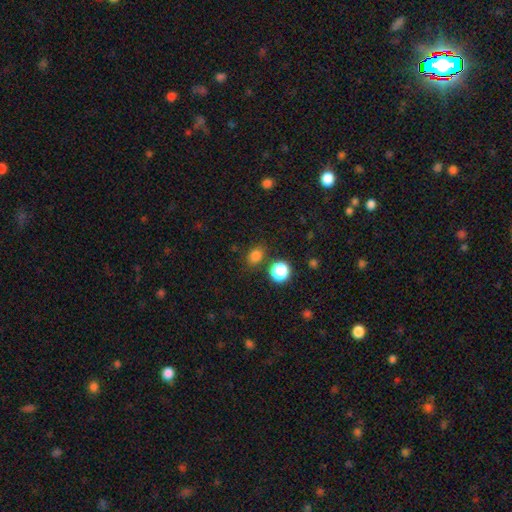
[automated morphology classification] This appears to be a smooth galaxy with no disk features (80%) that is in between round and cigar-shaped (51%). Merging: none (79%).